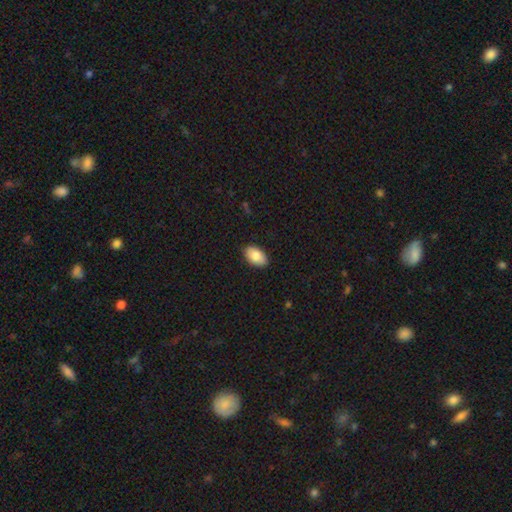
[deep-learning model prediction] Smooth or featured: smooth — 85% (featured or disk — 9%)
How rounded: in between — 93% (round — 5%)
Merging: none — 89% (minor disturbance — 9%)